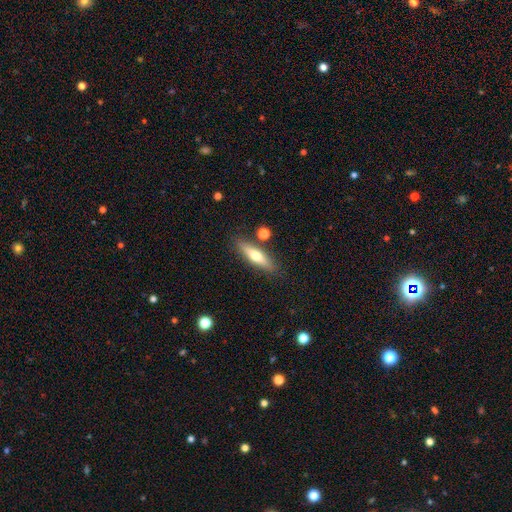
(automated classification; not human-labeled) Overall: smooth (52%; featured or disk 41%). How rounded: cigar-shaped (71%). Merging: none (82%).